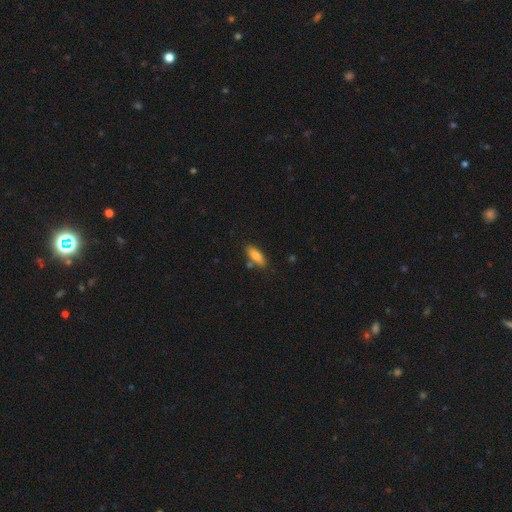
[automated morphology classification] Smooth or featured? smooth (78%)
How rounded? in between (66%)
Merging? none (79%)